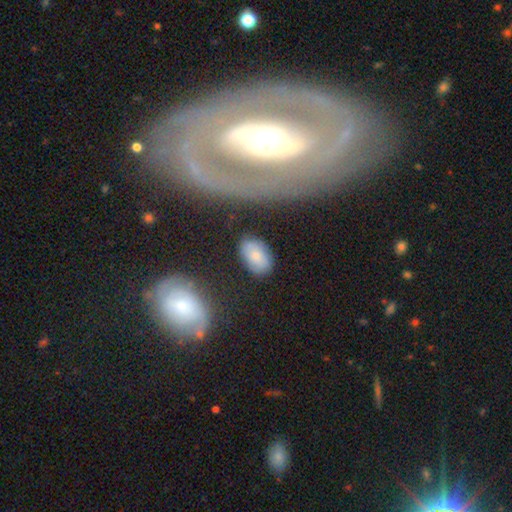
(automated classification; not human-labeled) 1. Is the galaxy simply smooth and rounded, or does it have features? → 71% smooth, 19% featured or disk, 10% star or artifact.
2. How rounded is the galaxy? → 88% in between, 10% round, 2% cigar-shaped.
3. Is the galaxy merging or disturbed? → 76% none, 16% minor disturbance, 5% major disturbance, 4% merger.